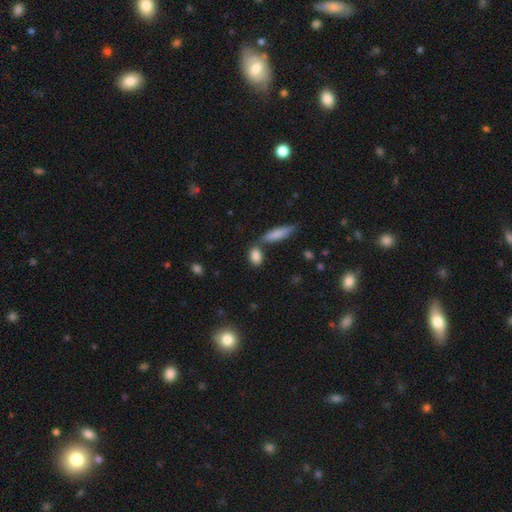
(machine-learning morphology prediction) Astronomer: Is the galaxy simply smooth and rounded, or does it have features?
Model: smooth — 85%.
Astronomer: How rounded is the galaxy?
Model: in between — 80%.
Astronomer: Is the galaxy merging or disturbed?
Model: none — 58%.